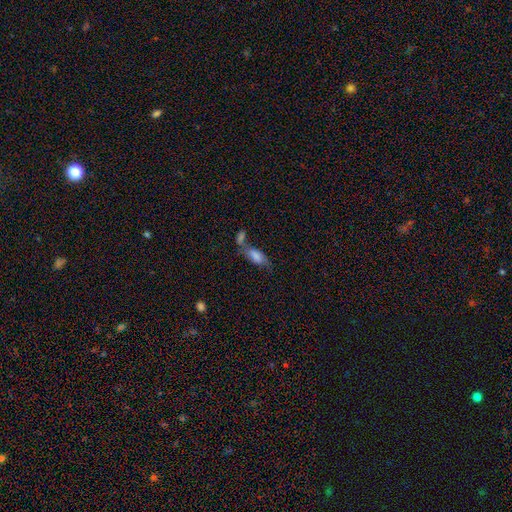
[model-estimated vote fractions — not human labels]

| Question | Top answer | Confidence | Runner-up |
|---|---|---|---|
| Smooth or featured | smooth | 69% | featured or disk (22%) |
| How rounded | in between | 82% | cigar-shaped (14%) |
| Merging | merger | 42% | none (34%) |